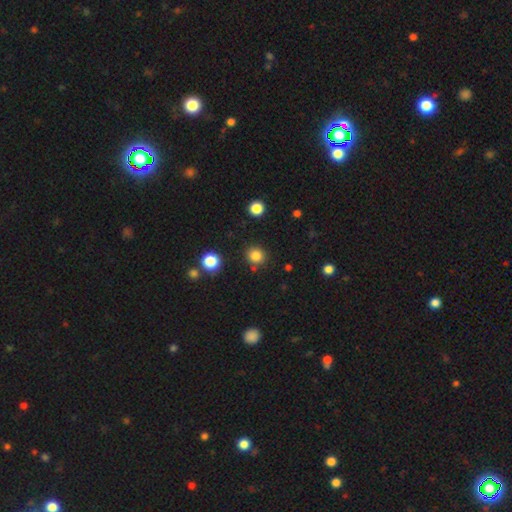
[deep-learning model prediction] Smooth or featured?
  - smooth: 83% *
  - star or artifact: 12%
  - featured or disk: 5%
How rounded?
  - round: 89% *
  - in between: 10%
  - cigar-shaped: 1%
Merging?
  - none: 86% *
  - minor disturbance: 8%
  - merger: 4%
  - major disturbance: 3%